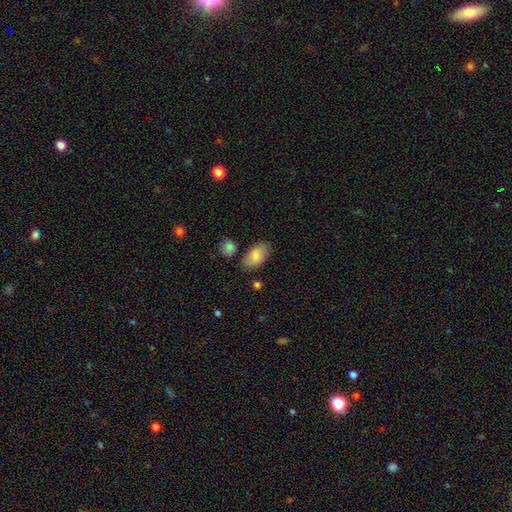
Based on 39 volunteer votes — smooth_or_featured: smooth (p=0.82) [alt: featured or disk p=0.18]
how_rounded: in between (p=0.97) [alt: round p=0.03]
merging: none (p=0.67) [alt: minor disturbance p=0.31]